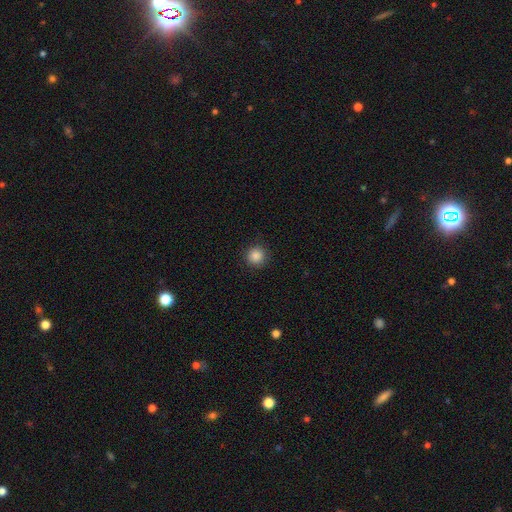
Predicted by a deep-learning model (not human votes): The model was most divided on "smooth or featured": smooth: 87%, star or artifact: 10%, featured or disk: 3%. More confident: how rounded — round (94%); merging — none (90%).